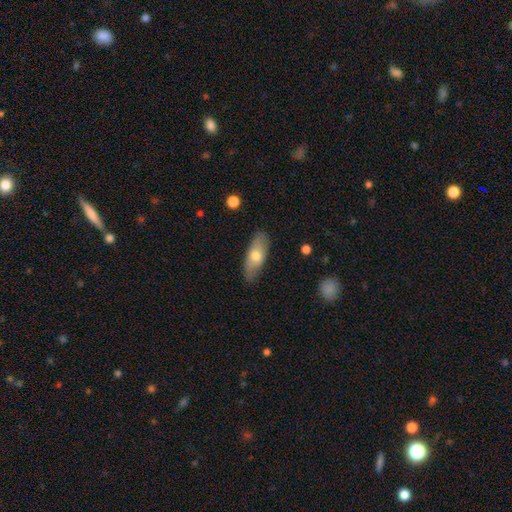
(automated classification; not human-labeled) Q: Smooth or featured?
A: smooth (65%); runner-up: featured or disk (29%)
Q: How rounded?
A: in between (75%); runner-up: cigar-shaped (22%)
Q: Merging?
A: none (81%); runner-up: minor disturbance (15%)